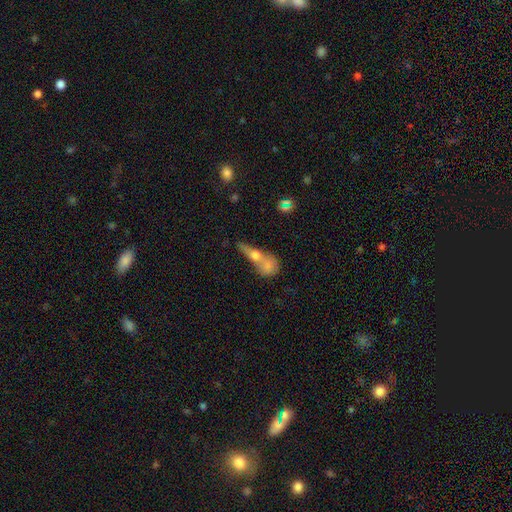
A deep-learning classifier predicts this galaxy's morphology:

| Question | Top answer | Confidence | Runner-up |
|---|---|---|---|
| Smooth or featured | smooth | 60% | featured or disk (30%) |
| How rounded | in between | 40% | round (32%) |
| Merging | merger | 65% | none (21%) |